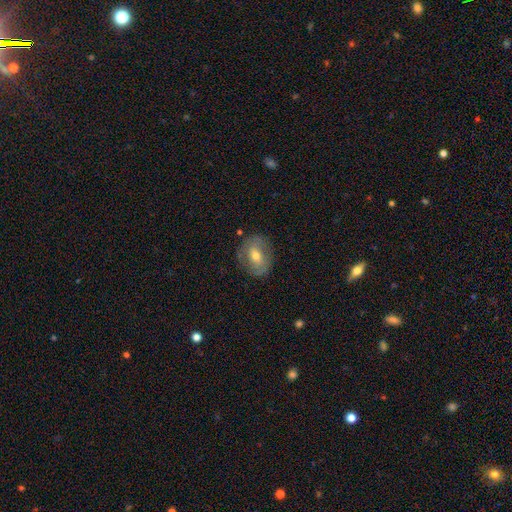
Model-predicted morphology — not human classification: This is possibly a featured or disk galaxy (46%). Merging: likely none (78%).